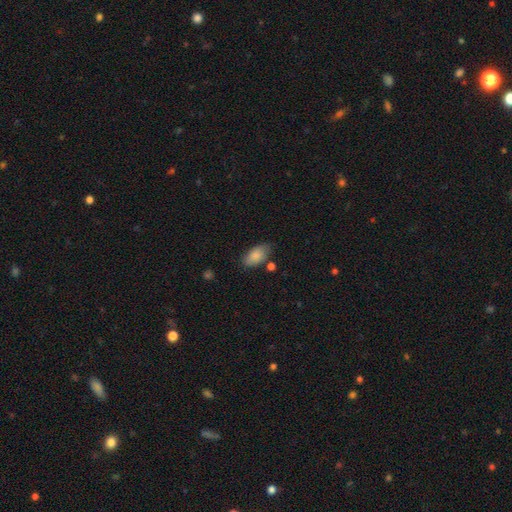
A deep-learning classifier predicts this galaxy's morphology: A smooth galaxy with no disk features (86%) that is in between round and cigar-shaped (93%).

Vote fractions:
- Smooth or featured? smooth: 86% / featured or disk: 7% / star or artifact: 7%
- How rounded? in between: 93% / round: 4% / cigar-shaped: 3%
- Merging? none: 71% / minor disturbance: 19% / merger: 5% / major disturbance: 5%